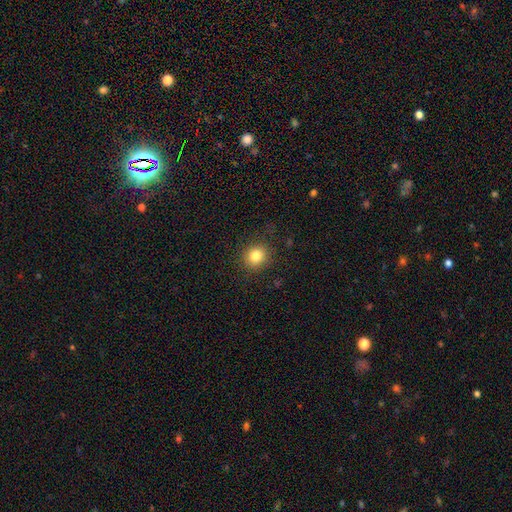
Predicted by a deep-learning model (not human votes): Smooth or featured? smooth (82%)
How rounded? round (85%)
Merging? none (87%)